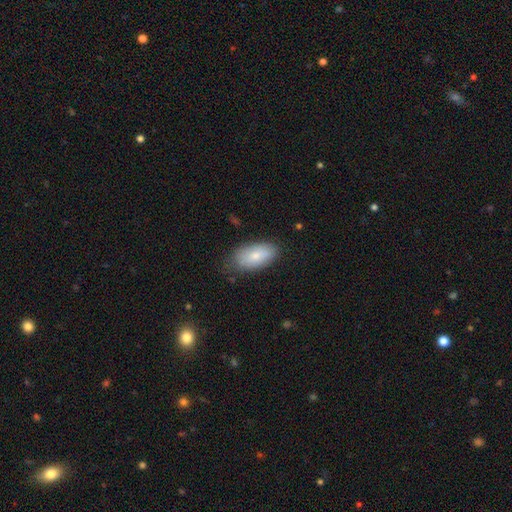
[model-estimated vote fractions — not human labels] Smooth or featured?
  - smooth: 77% *
  - featured or disk: 16%
  - star or artifact: 6%
How rounded?
  - in between: 93% *
  - round: 3%
  - cigar-shaped: 3%
Merging?
  - none: 73% *
  - minor disturbance: 21%
  - major disturbance: 4%
  - merger: 1%